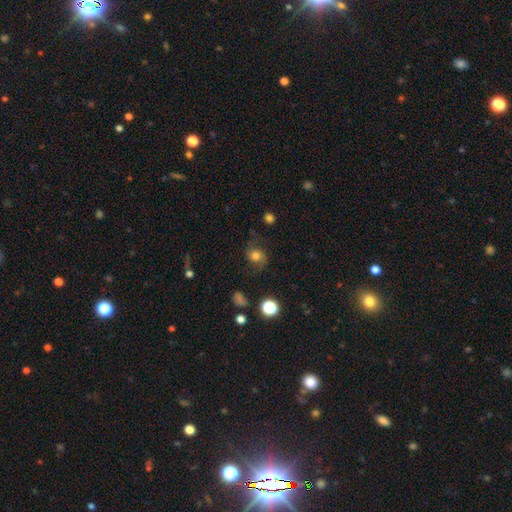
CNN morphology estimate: Smooth or featured? Predicted: smooth (p=0.54). How rounded? Predicted: round (p=0.73). Merging? Predicted: none (p=0.65).